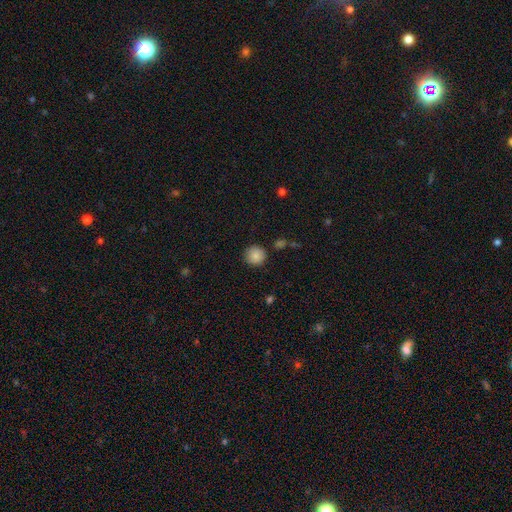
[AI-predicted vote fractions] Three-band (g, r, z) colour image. It shows a smooth galaxy with no disk features (86%) that is round (93%). Merging: none (87%).